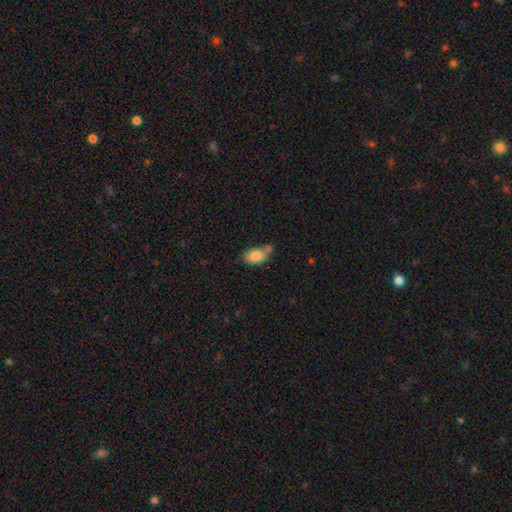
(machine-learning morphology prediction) smooth_or_featured: smooth (p=0.82) [alt: featured or disk p=0.10]
how_rounded: in between (p=0.89) [alt: round p=0.09]
merging: none (p=0.49) [alt: minor disturbance p=0.28]